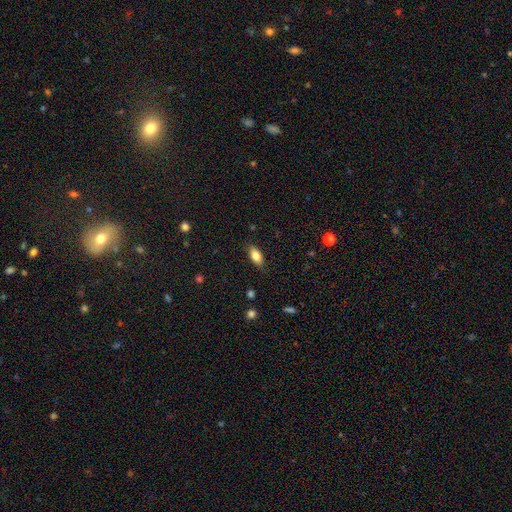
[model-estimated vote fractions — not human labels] smooth 83%, featured or disk 9%, star or artifact 7%. Down the decision tree: how rounded — in between (87%); merging — none (84%).